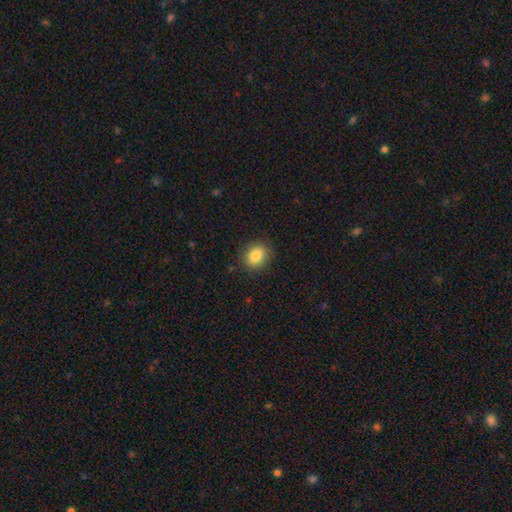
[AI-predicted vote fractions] A smooth galaxy with no disk features (84%) that is round (64%). Merging: none (88%).